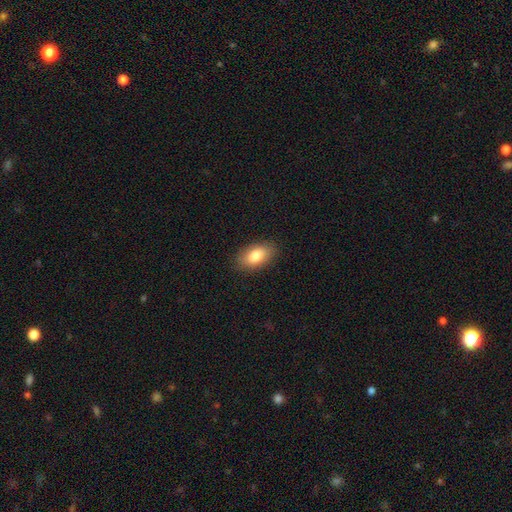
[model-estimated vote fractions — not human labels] smooth-or-featured: smooth: 82% | featured or disk: 10% | star or artifact: 7%
  how-rounded: in between: 91% | round: 6% | cigar-shaped: 3%
  merging: none: 88% | minor disturbance: 9% | major disturbance: 2% | merger: 1%